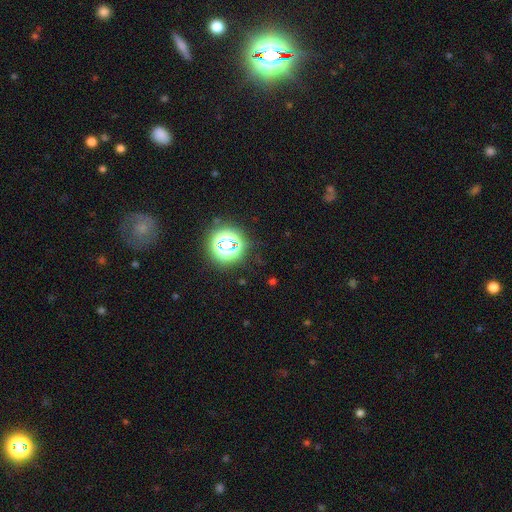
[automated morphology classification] This appears to be a star or artifact, not a galaxy (73%).